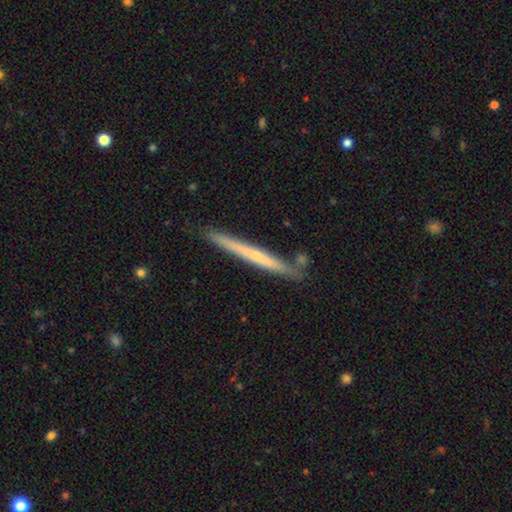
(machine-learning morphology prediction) Smooth or featured? featured or disk (56%)
Edge-on disk? yes (96%)
Edge-on bulge? none (59%)
Merging? none (82%)